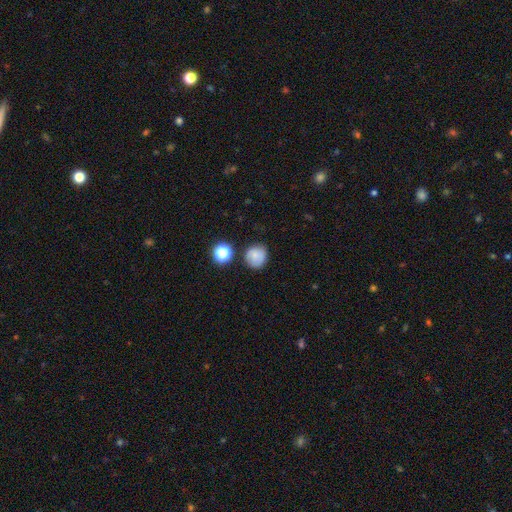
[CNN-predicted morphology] Q: Smooth or featured?
A: smooth (78%); runner-up: star or artifact (12%)
Q: How rounded?
A: round (88%); runner-up: in between (11%)
Q: Merging?
A: none (79%); runner-up: minor disturbance (13%)